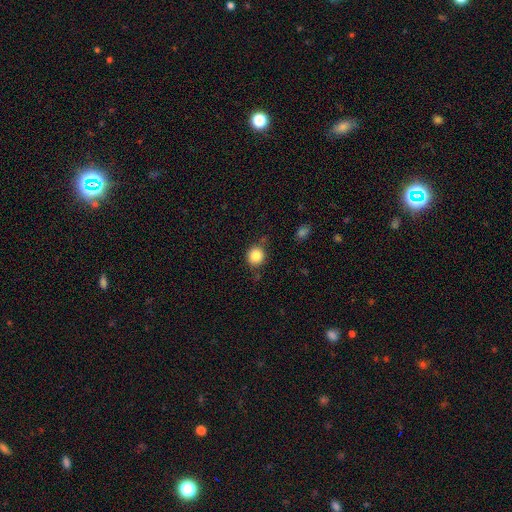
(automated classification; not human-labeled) Morphology: type=smooth (85%); roundness=round (88%); merging=none (81%).